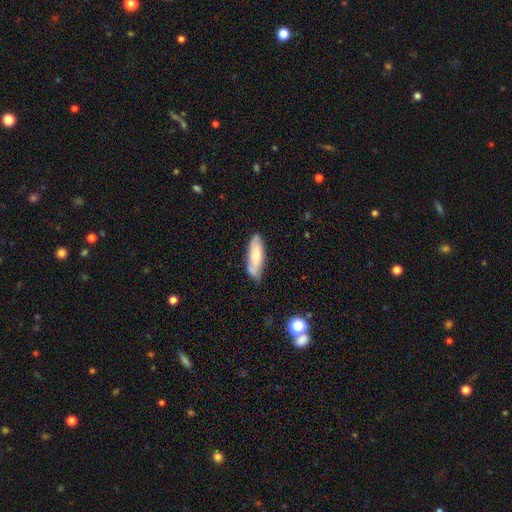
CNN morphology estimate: type=smooth (57%); roundness=in between (56%); merging=none (74%).